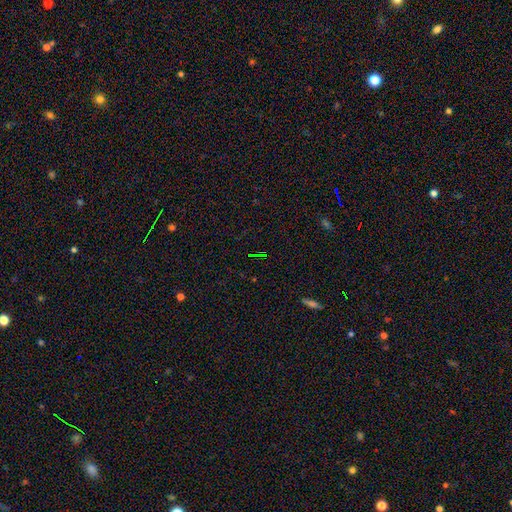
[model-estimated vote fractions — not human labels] Morphology: type=star or artifact (75%).